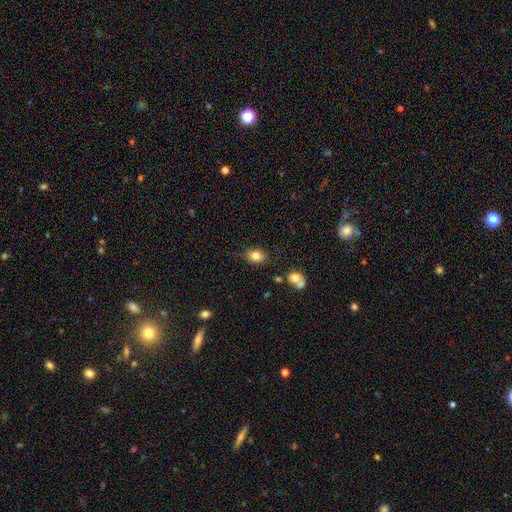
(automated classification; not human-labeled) Smooth or featured: smooth — 82% (star or artifact — 10%)
How rounded: in between — 58% (round — 41%)
Merging: none — 76% (minor disturbance — 16%)